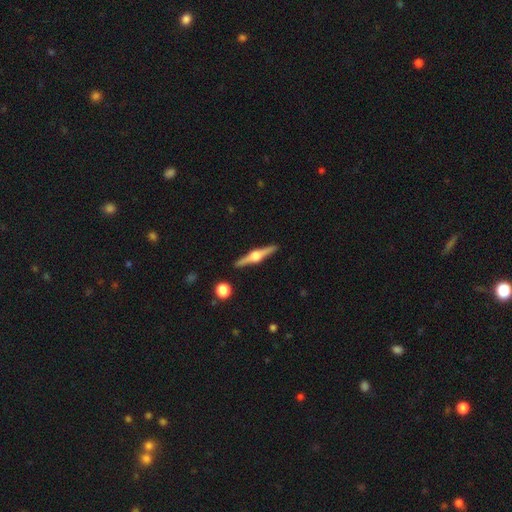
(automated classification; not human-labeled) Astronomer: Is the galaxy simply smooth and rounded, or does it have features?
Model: featured or disk — 83%.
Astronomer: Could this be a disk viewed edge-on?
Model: yes — 98%.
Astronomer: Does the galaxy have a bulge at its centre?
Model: rounded — 95%.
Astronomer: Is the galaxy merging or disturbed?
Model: none — 91%.